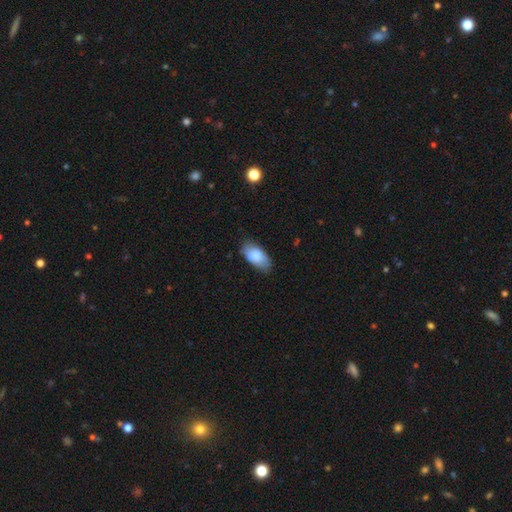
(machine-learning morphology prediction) This appears to be a smooth galaxy with no disk features (83%) that is in between round and cigar-shaped (94%). Merging: none (75%).